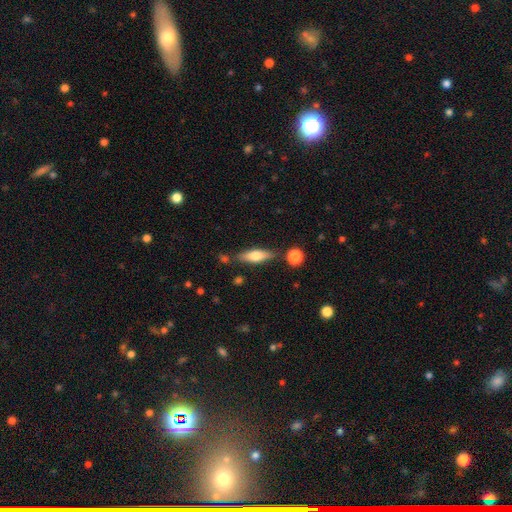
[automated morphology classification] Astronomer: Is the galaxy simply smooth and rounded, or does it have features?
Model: smooth — 62%.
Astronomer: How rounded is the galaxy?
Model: in between — 49% (runner-up: cigar-shaped, 48%).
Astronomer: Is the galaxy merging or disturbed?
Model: none — 76%.